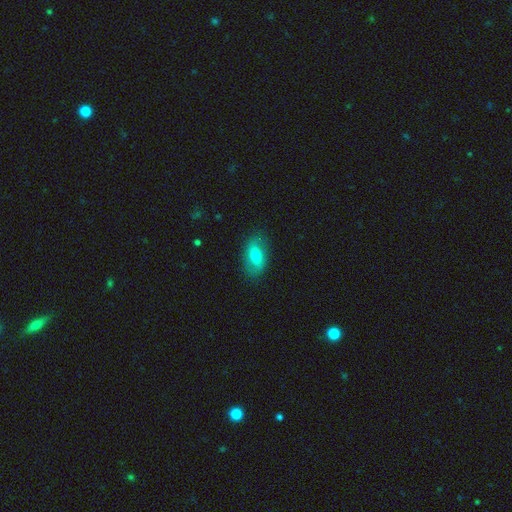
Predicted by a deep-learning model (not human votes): This appears to be a smooth galaxy with no disk features (60%) that is in between round and cigar-shaped (86%). Merging: none (80%).